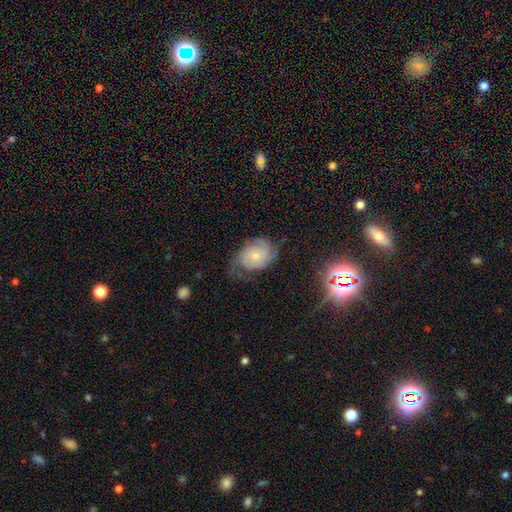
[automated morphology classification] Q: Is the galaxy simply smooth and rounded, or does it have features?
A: featured or disk — 65%.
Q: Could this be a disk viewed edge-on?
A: no — 97%.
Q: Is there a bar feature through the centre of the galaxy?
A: no — 77%.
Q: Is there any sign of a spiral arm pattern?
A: yes — 91%.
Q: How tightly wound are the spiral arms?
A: tight — 45%.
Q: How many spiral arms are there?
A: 2 — 46%.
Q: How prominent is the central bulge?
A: small — 65%.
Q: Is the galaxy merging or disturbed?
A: none — 54%.